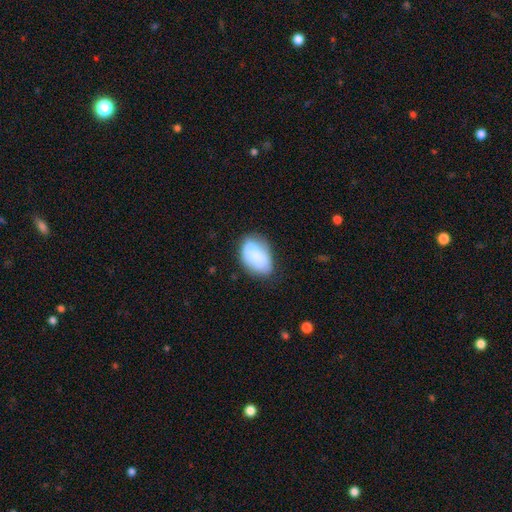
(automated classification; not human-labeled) Overall: smooth (67%). How rounded: in between (88%). Merging: none (53%; minor disturbance 27%).